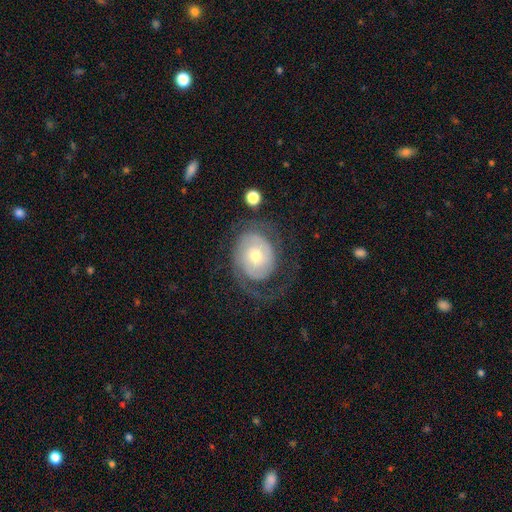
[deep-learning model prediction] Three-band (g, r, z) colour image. It shows a featured or disk galaxy (73%) with no bar (71%), 2 (43%) tight (51%) spiral arms (86%) and a moderate central bulge (53%). Merging: none (56%).